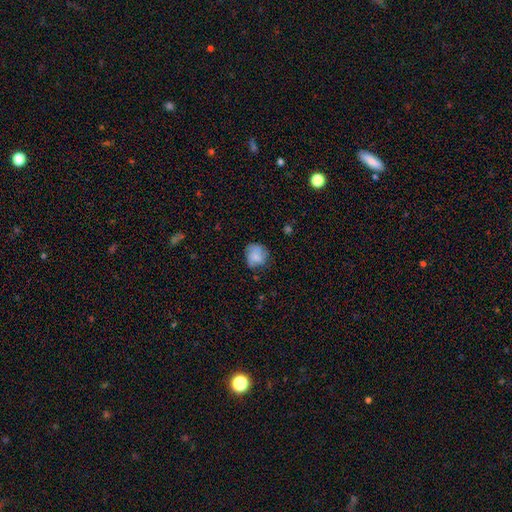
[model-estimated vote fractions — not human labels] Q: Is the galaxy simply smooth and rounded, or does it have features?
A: smooth — 69%.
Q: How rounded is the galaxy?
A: round — 77%.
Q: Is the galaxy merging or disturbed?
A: none — 63%.